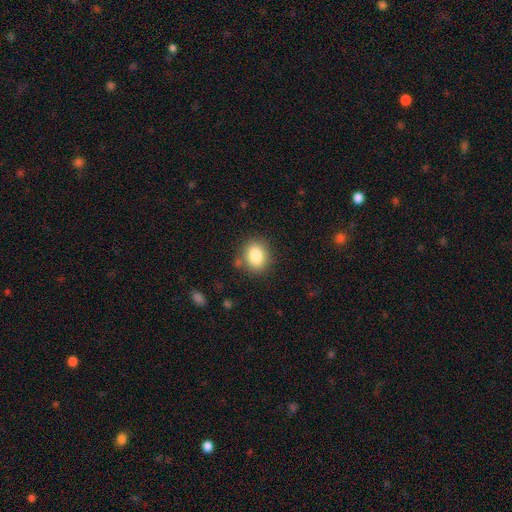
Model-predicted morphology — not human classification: This is clearly a smooth galaxy (85%). How rounded: possibly round (51%). Merging: clearly none (83%).